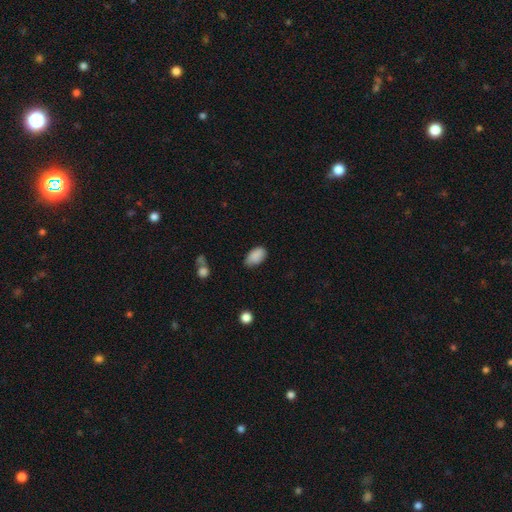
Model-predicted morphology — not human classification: The model was most divided on "merging": none: 68%, minor disturbance: 26%, major disturbance: 4%, merger: 2%. More confident: how rounded — in between (93%); smooth or featured — smooth (87%).